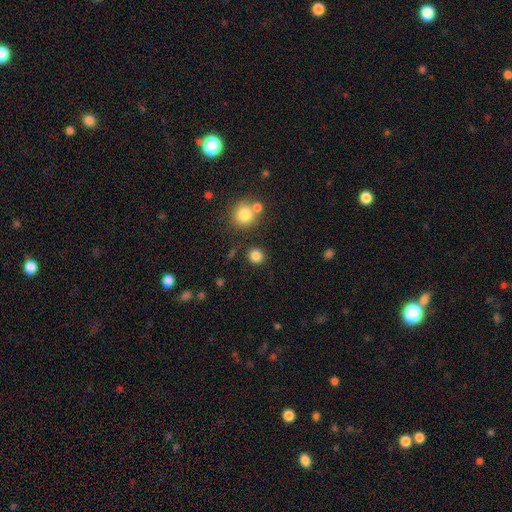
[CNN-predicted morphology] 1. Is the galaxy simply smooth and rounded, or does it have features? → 83% smooth, 12% star or artifact, 5% featured or disk.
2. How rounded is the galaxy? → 87% round, 12% in between, 1% cigar-shaped.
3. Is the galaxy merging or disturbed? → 84% none, 7% minor disturbance, 6% merger, 3% major disturbance.